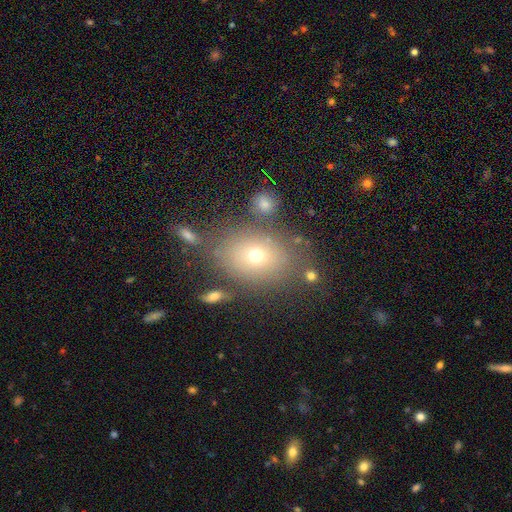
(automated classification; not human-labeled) A smooth galaxy with no disk features (66%) that is in between round and cigar-shaped (58%).

Vote fractions:
- Smooth or featured? smooth: 66% / featured or disk: 17% / star or artifact: 16%
- How rounded? in between: 58% / round: 41% / cigar-shaped: 1%
- Merging? none: 73% / minor disturbance: 13% / merger: 8% / major disturbance: 6%